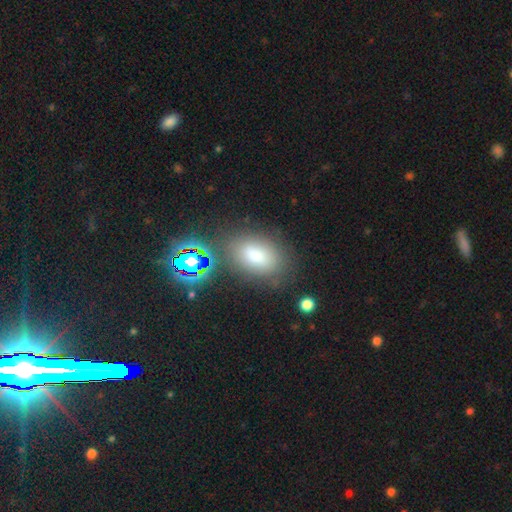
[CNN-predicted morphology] The model was most divided on "smooth or featured": smooth: 74%, star or artifact: 16%, featured or disk: 10%. More confident: how rounded — in between (85%); merging — none (75%).